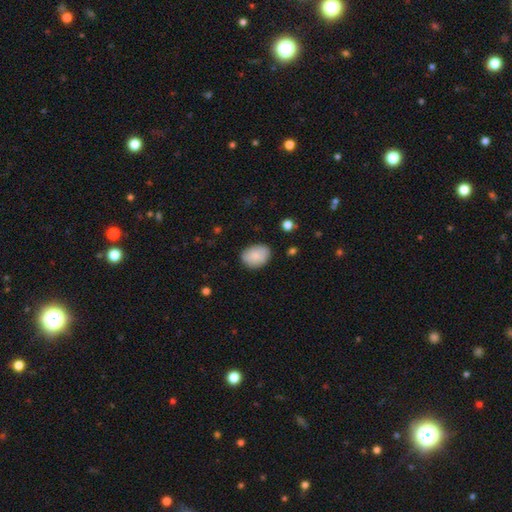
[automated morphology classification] smooth_or_featured: smooth (p=0.84) [alt: featured or disk p=0.10]
how_rounded: in between (p=0.72) [alt: round p=0.27]
merging: none (p=0.80) [alt: minor disturbance p=0.16]